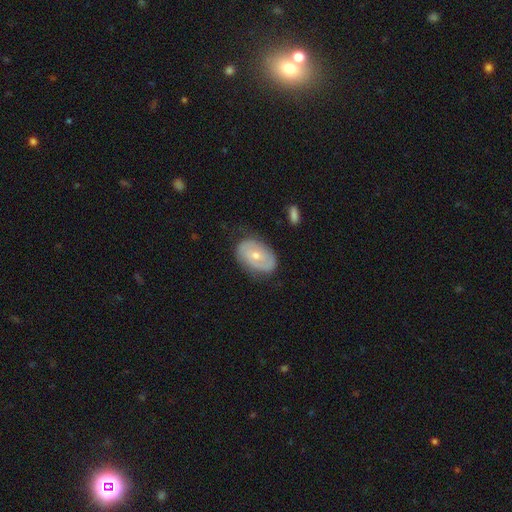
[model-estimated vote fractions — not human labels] A featured or disk galaxy (58%) with no bar (65%), spiral arms (65%) and a moderate central bulge (53%). Merging: none (72%).